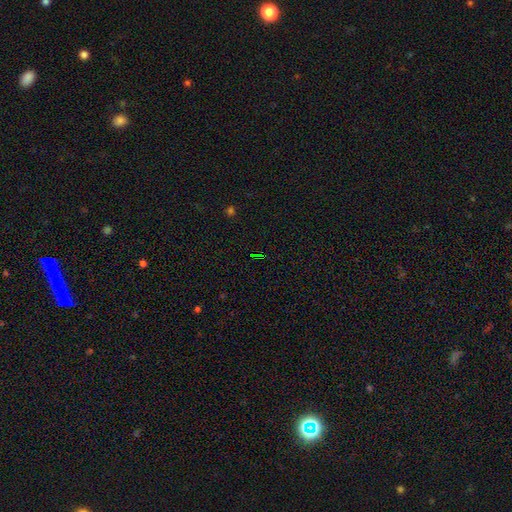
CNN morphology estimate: This is likely a star or artifact rather than a galaxy (75%).